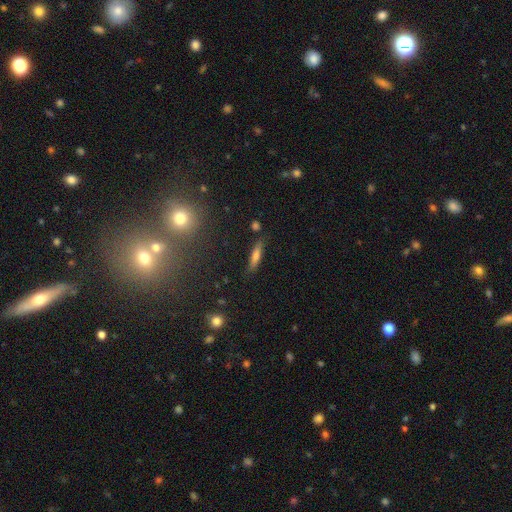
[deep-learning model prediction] This is likely a smooth galaxy (64%). How rounded: clearly cigar-shaped (81%). Merging: clearly none (83%).